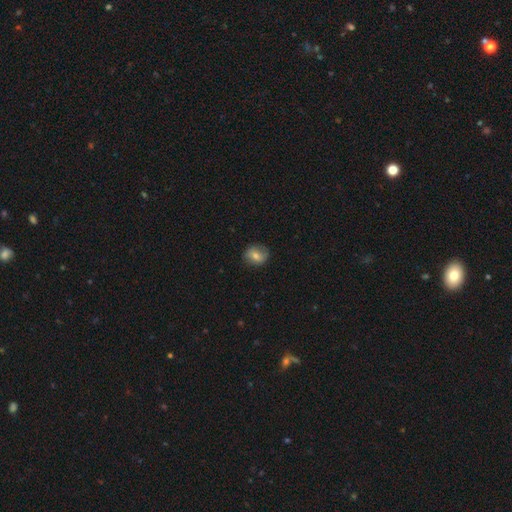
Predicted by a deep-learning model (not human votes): Smooth or featured: smooth — 65% (featured or disk — 26%)
How rounded: round — 64% (in between — 35%)
Merging: none — 78% (minor disturbance — 16%)